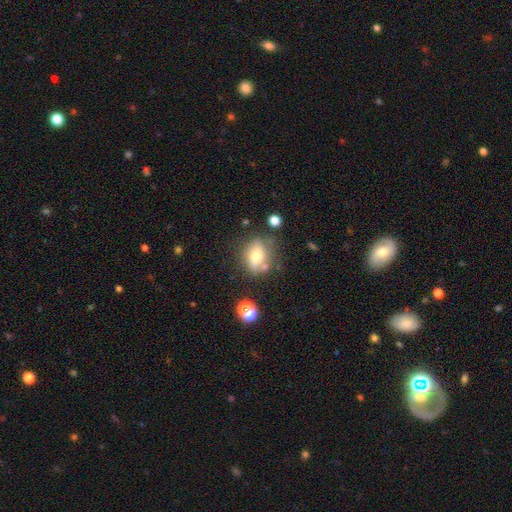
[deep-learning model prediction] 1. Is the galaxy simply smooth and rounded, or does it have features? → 67% smooth, 21% featured or disk, 12% star or artifact.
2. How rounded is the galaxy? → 58% in between, 39% round, 3% cigar-shaped.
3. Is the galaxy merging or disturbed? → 64% none, 19% minor disturbance, 10% merger, 7% major disturbance.